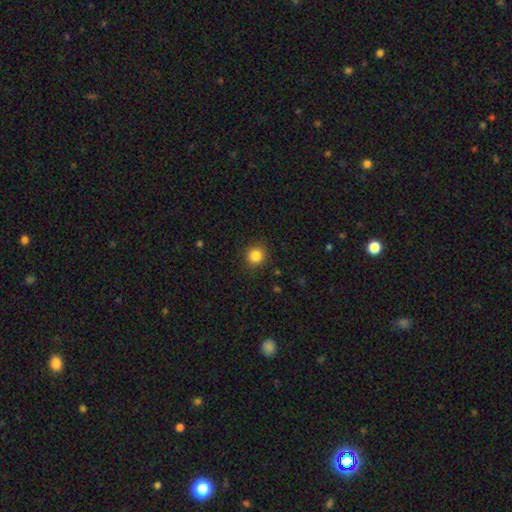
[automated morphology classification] Q: Smooth or featured?
A: smooth (84%); runner-up: star or artifact (11%)
Q: How rounded?
A: round (91%); runner-up: in between (8%)
Q: Merging?
A: none (90%); runner-up: minor disturbance (7%)